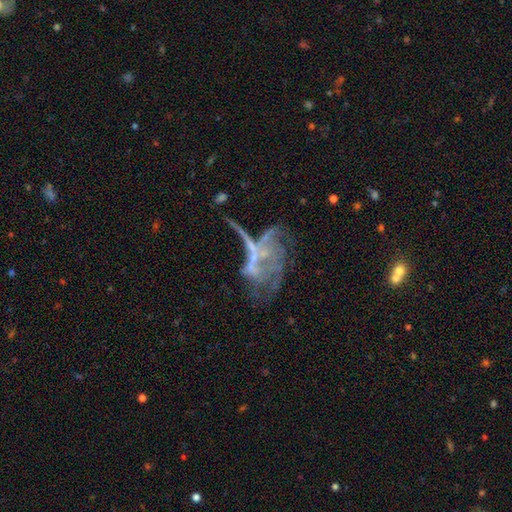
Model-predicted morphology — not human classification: Smooth or featured: featured or disk — 66% (smooth — 18%)
Edge-on disk: no — 94% (yes — 6%)
Bar: no — 80% (weak — 15%)
Spiral arms: no — 68% (yes — 32%)
Bulge size: none — 56% (small — 29%)
Merging: major disturbance — 37% (merger — 29%)